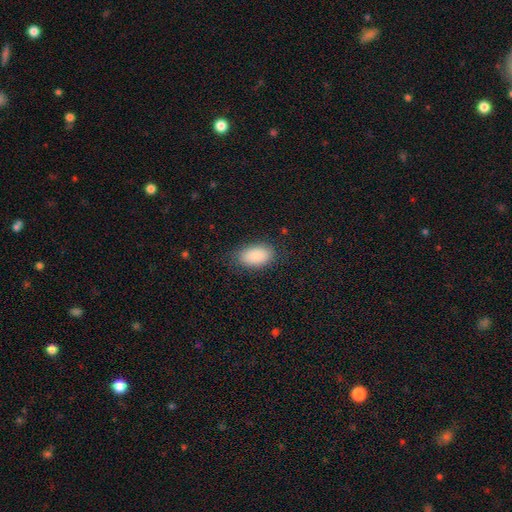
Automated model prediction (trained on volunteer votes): Smooth or featured?
  - smooth: 88% *
  - star or artifact: 7%
  - featured or disk: 5%
How rounded?
  - in between: 94% *
  - round: 5%
  - cigar-shaped: 2%
Merging?
  - none: 79% *
  - minor disturbance: 15%
  - major disturbance: 5%
  - merger: 1%